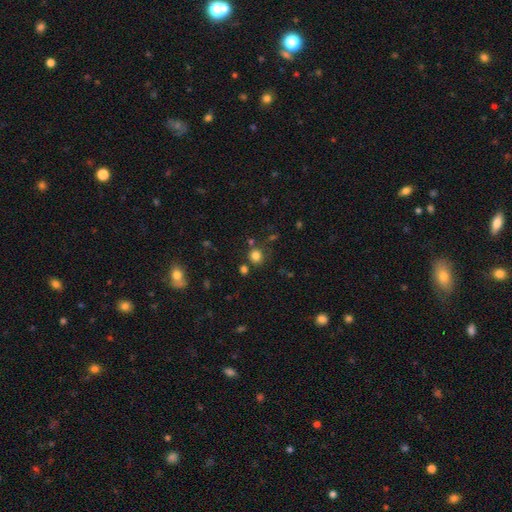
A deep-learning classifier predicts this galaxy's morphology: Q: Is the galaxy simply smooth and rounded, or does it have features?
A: smooth — 79%.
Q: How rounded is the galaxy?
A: round — 86%.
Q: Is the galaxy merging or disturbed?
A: none — 76%.